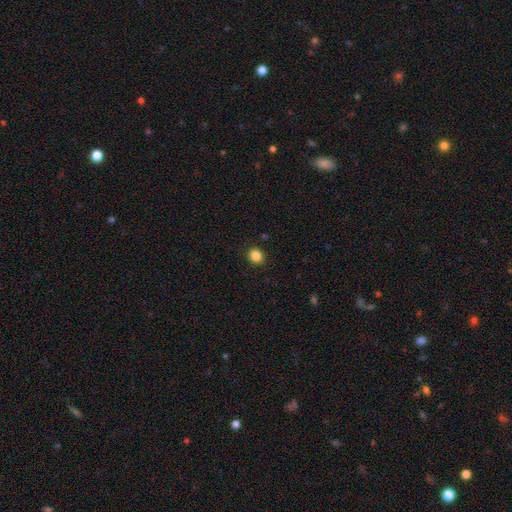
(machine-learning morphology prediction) smooth-or-featured: smooth: 85% | star or artifact: 11% | featured or disk: 4%
  how-rounded: round: 72% | in between: 27% | cigar-shaped: 1%
  merging: none: 91% | minor disturbance: 6% | major disturbance: 2% | merger: 1%